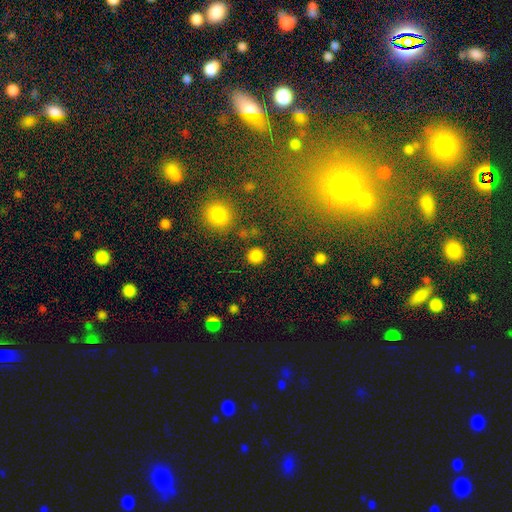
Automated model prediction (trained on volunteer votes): Smooth or featured? Predicted: smooth (p=0.84). How rounded? Predicted: round (p=0.94). Merging? Predicted: none (p=0.88).